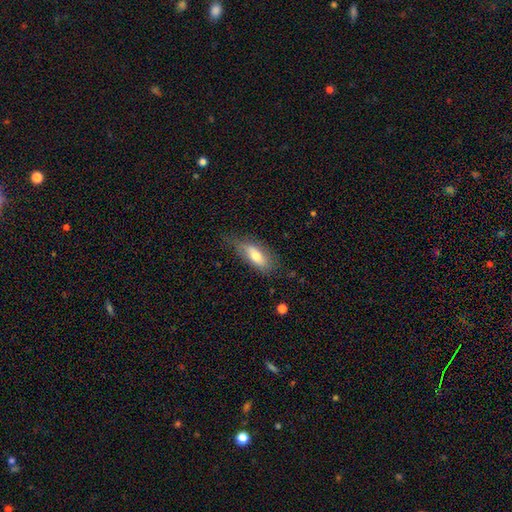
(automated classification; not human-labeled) This is likely a smooth galaxy (67%). How rounded: likely in between (77%). Merging: possibly none (58%).